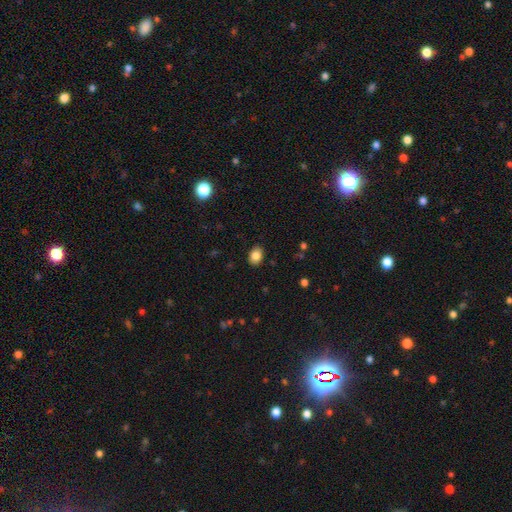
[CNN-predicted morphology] A smooth galaxy with no disk features (86%) that is in between round and cigar-shaped (70%).

Vote fractions:
- Smooth or featured? smooth: 86% / star or artifact: 9% / featured or disk: 5%
- How rounded? in between: 70% / round: 29% / cigar-shaped: 1%
- Merging? none: 88% / minor disturbance: 9% / major disturbance: 2% / merger: 1%